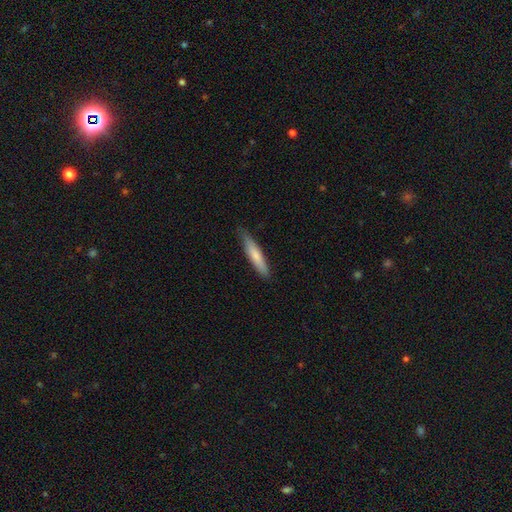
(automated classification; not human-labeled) A smooth galaxy with no disk features (74%) that is cigar-shaped (87%).

Vote fractions:
- Smooth or featured? smooth: 74% / featured or disk: 21% / star or artifact: 5%
- How rounded? cigar-shaped: 87% / in between: 12% / round: 1%
- Merging? none: 79% / minor disturbance: 17% / major disturbance: 2% / merger: 1%